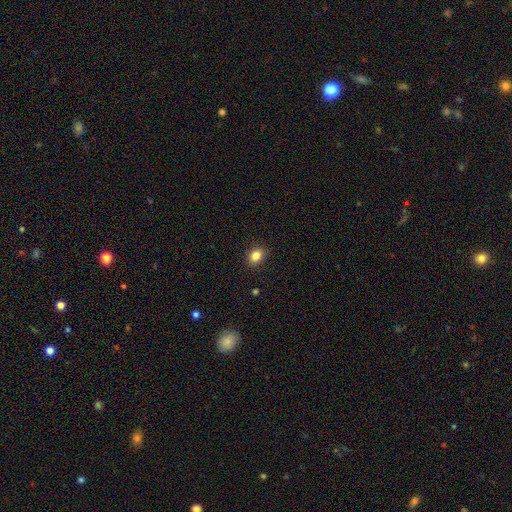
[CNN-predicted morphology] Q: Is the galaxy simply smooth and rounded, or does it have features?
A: smooth — 84%.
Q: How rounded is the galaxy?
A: in between — 59%.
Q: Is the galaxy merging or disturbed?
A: none — 89%.